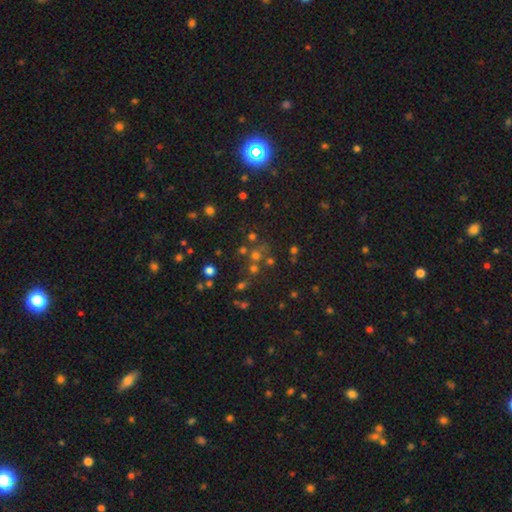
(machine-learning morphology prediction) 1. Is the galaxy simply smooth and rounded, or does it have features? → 47% star or artifact, 40% smooth, 12% featured or disk.